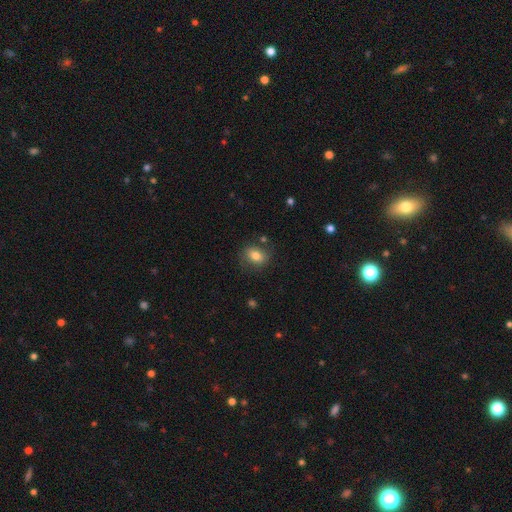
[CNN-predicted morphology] This appears to be a smooth galaxy with no disk features (77%) that is in between round and cigar-shaped (50%). Merging: none (77%).